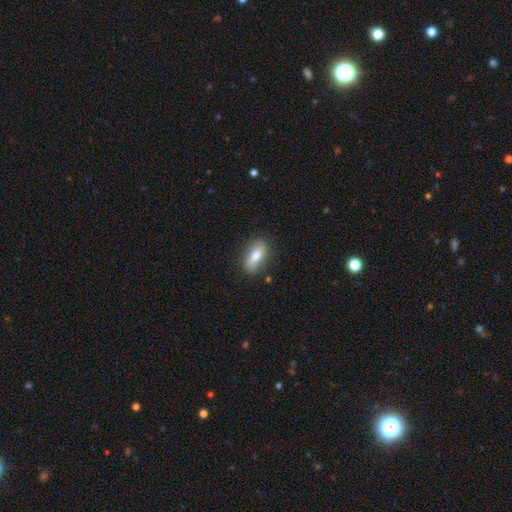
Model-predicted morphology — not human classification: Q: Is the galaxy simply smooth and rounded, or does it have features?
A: smooth — 69%.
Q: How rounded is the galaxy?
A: in between — 79%.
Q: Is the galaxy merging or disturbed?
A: none — 84%.